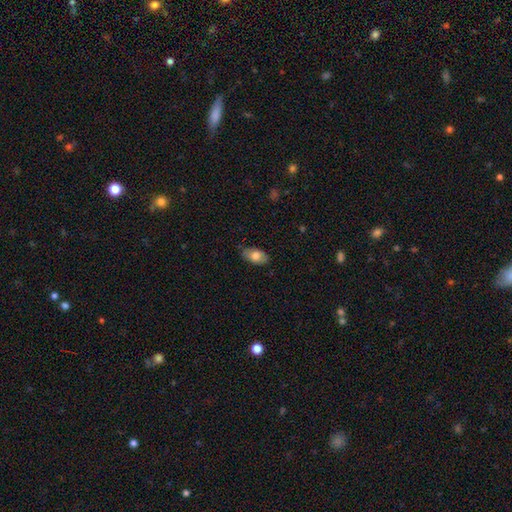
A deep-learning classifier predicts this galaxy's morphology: Overall: smooth (74%). How rounded: in between (93%). Merging: none (80%).